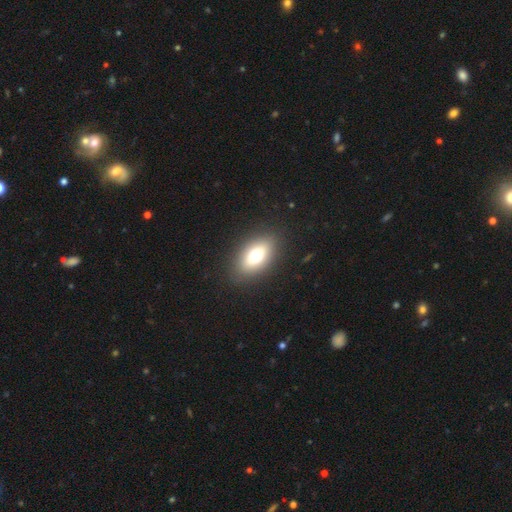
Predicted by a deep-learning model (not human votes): Smooth or featured: smooth — 72% (featured or disk — 19%)
How rounded: in between — 87% (round — 8%)
Merging: none — 87% (minor disturbance — 8%)